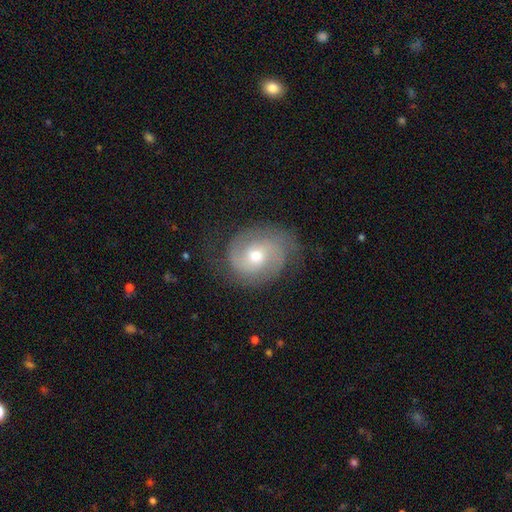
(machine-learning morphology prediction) This is likely a featured or disk galaxy (77%). It is clearly not viewed edge-on (97%). Bar: likely no (62%). Spiral arm pattern: clearly yes (93%). Spiral arm count: likely 2 (65%). Spiral winding: possibly tight (45%). Central bulge: possibly moderate (58%). Merging: likely none (69%).